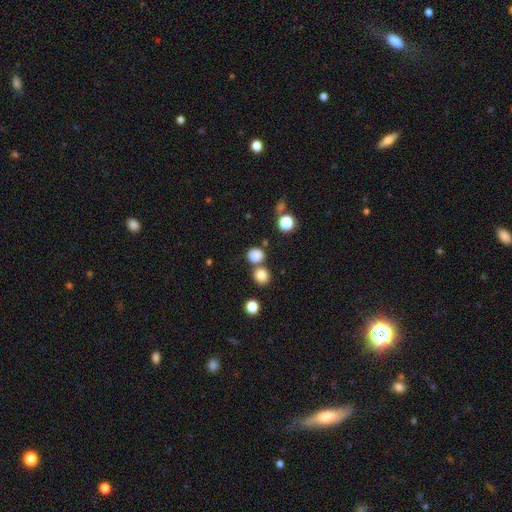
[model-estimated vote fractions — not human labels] Smooth or featured? Predicted: smooth (p=0.82). How rounded? Predicted: round (p=0.74). Merging? Predicted: none (p=0.64).